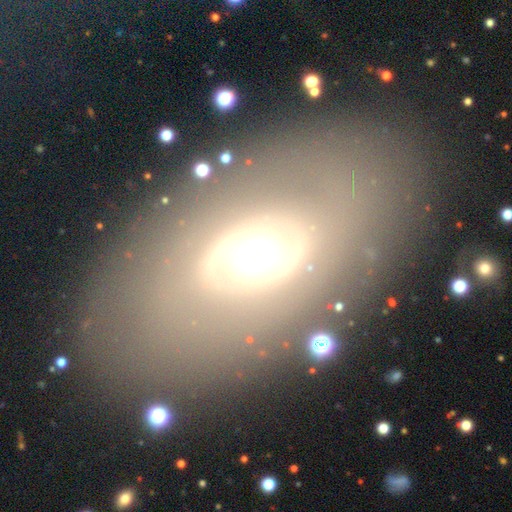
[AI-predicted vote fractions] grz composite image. It shows a featured or disk galaxy (67%) with no bar (59%), no spiral arms (60%) and a moderate central bulge (56%). Merging: none (78%).